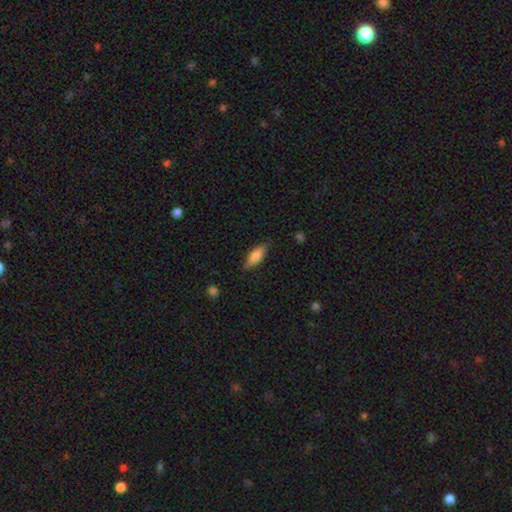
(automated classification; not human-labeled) Q: Smooth or featured?
A: smooth (74%); runner-up: featured or disk (20%)
Q: How rounded?
A: in between (66%); runner-up: cigar-shaped (32%)
Q: Merging?
A: none (79%); runner-up: minor disturbance (17%)